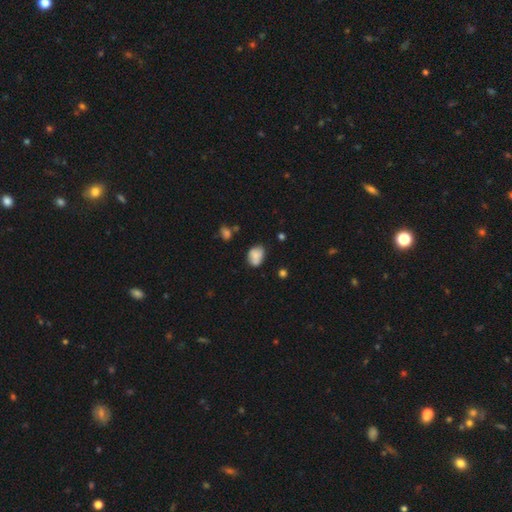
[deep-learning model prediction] This appears to be a smooth galaxy with no disk features (79%) that is in between round and cigar-shaped (72%). Merging: none (60%).